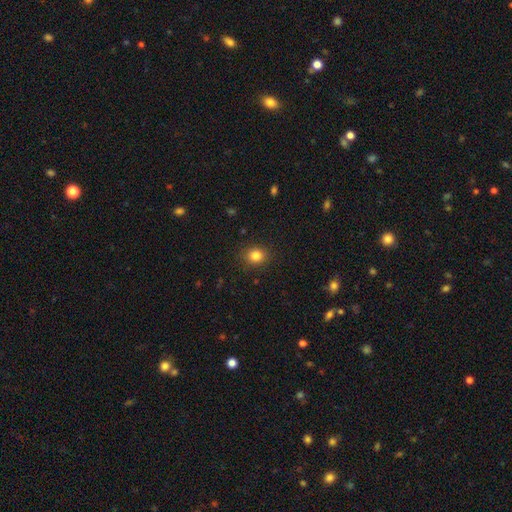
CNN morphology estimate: Q: Smooth or featured?
A: smooth (83%); runner-up: star or artifact (12%)
Q: How rounded?
A: round (72%); runner-up: in between (27%)
Q: Merging?
A: none (89%); runner-up: minor disturbance (8%)